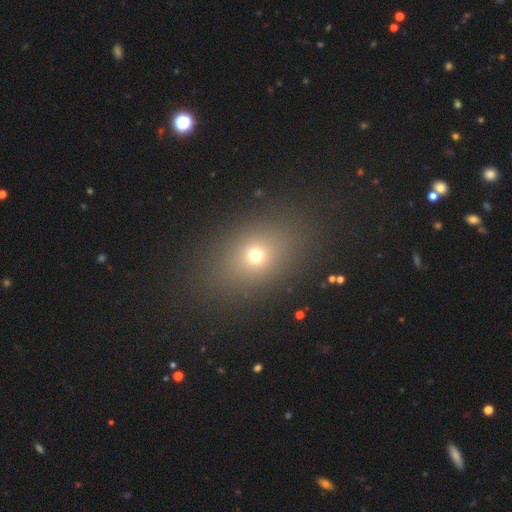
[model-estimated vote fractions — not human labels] Overall: smooth (67%). How rounded: in between (62%; round 35%). Merging: none (83%).